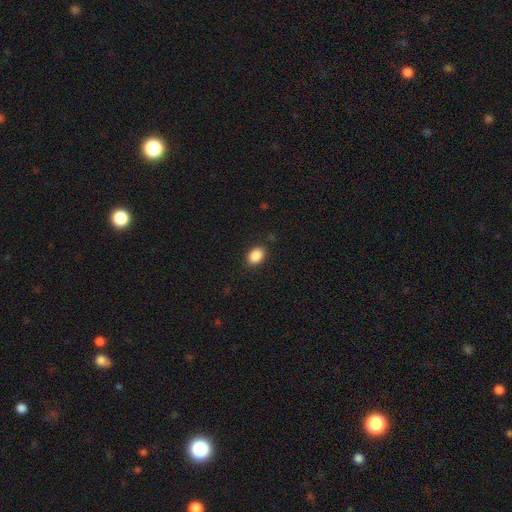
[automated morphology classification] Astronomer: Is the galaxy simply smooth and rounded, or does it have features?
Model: smooth — 88%.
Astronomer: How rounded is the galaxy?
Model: in between — 81%.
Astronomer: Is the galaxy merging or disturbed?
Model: none — 87%.